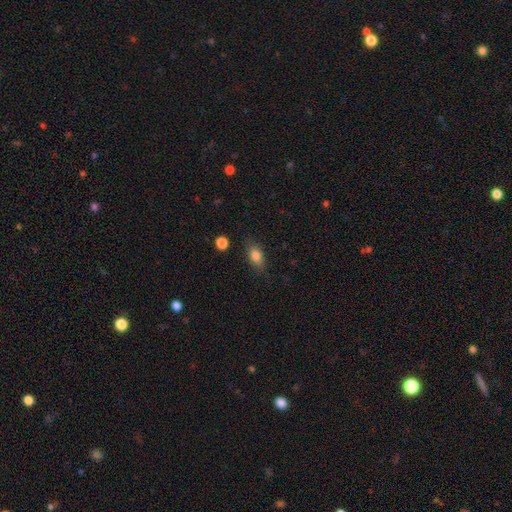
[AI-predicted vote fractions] Morphology: type=smooth (82%); roundness=in between (82%); merging=none (80%).